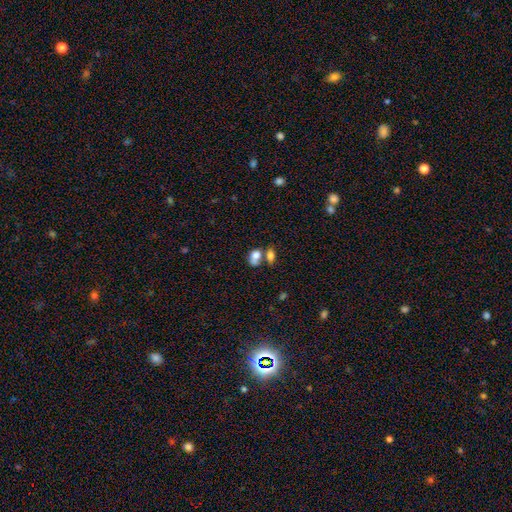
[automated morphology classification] Smooth or featured: smooth — 76% (featured or disk — 14%)
How rounded: in between — 75% (round — 23%)
Merging: merger — 53% (none — 29%)